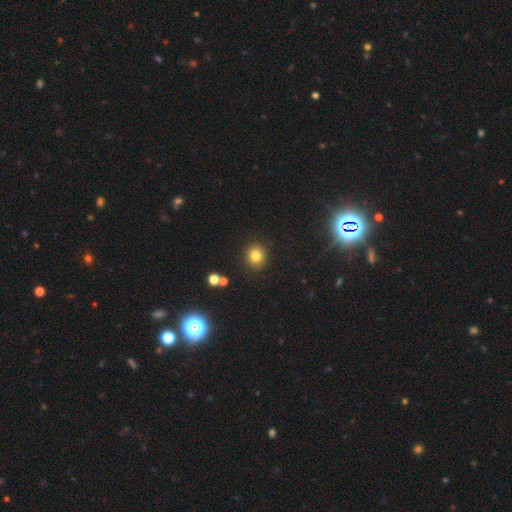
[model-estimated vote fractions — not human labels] The model was most divided on "smooth or featured": smooth: 81%, star or artifact: 13%, featured or disk: 6%. More confident: merging — none (88%); how rounded — round (85%).